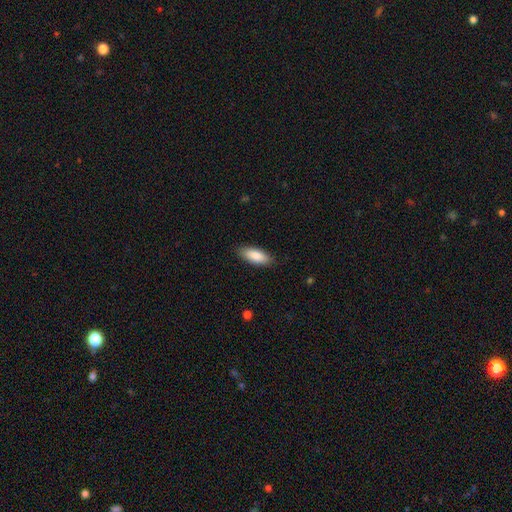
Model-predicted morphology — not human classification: smooth_or_featured: smooth (p=0.87) [alt: featured or disk p=0.07]
how_rounded: in between (p=0.77) [alt: cigar-shaped p=0.22]
merging: none (p=0.87) [alt: minor disturbance p=0.10]